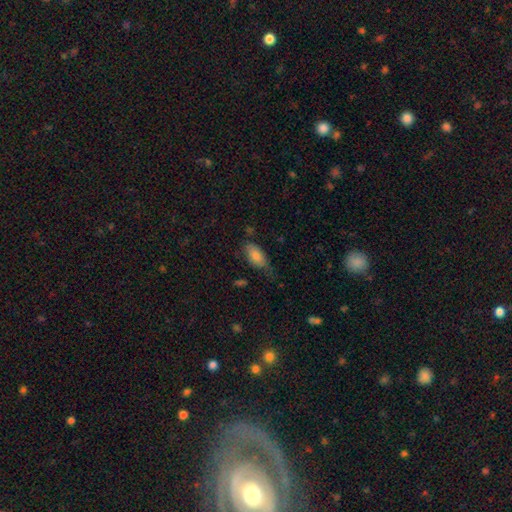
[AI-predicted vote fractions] Smooth or featured?
  - smooth: 79% *
  - featured or disk: 13%
  - star or artifact: 8%
How rounded?
  - in between: 88% *
  - cigar-shaped: 9%
  - round: 3%
Merging?
  - none: 60% *
  - minor disturbance: 30%
  - major disturbance: 8%
  - merger: 2%